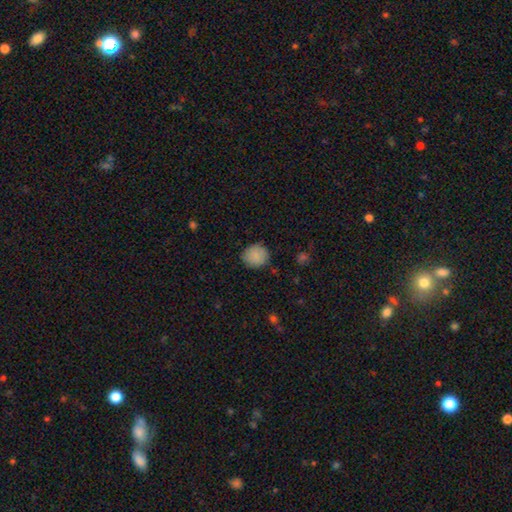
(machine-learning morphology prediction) smooth_or_featured: smooth (p=0.87) [alt: star or artifact p=0.08]
how_rounded: round (p=0.86) [alt: in between p=0.13]
merging: none (p=0.84) [alt: minor disturbance p=0.12]